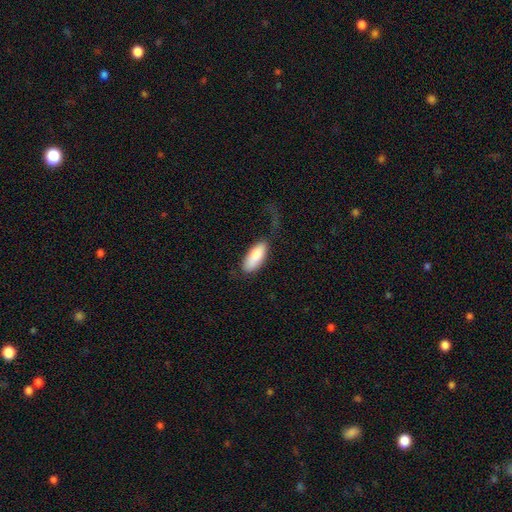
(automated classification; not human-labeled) Smooth or featured: smooth — 85% (featured or disk — 10%)
How rounded: in between — 85% (cigar-shaped — 13%)
Merging: none — 54% (minor disturbance — 25%)